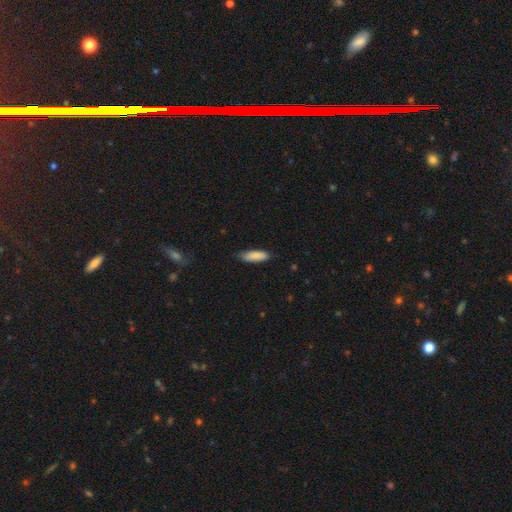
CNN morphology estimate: smooth-or-featured: smooth: 87% | featured or disk: 7% | star or artifact: 6%
  how-rounded: in between: 57% | cigar-shaped: 42% | round: 2%
  merging: none: 79% | minor disturbance: 18% | major disturbance: 2% | merger: 1%